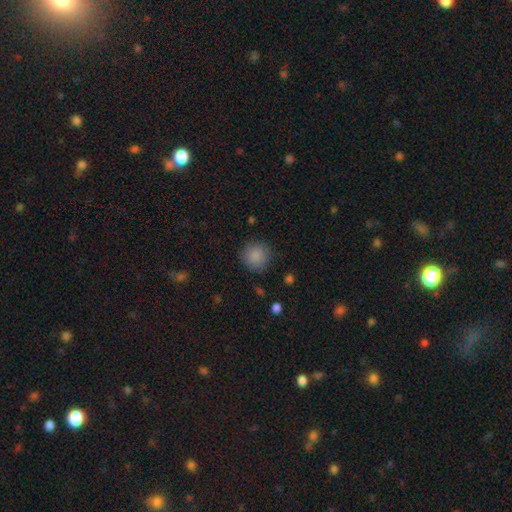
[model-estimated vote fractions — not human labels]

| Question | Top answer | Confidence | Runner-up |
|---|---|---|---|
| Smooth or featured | smooth | 87% | star or artifact (9%) |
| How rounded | round | 93% | in between (6%) |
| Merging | none | 87% | minor disturbance (9%) |